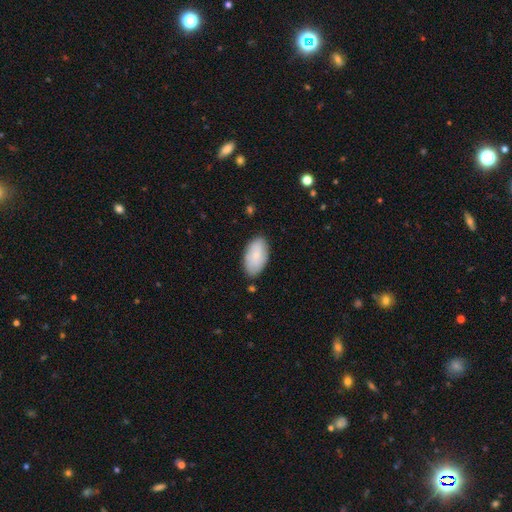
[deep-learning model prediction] Smooth or featured? Predicted: smooth (p=0.79). How rounded? Predicted: in between (p=0.95). Merging? Predicted: none (p=0.82).